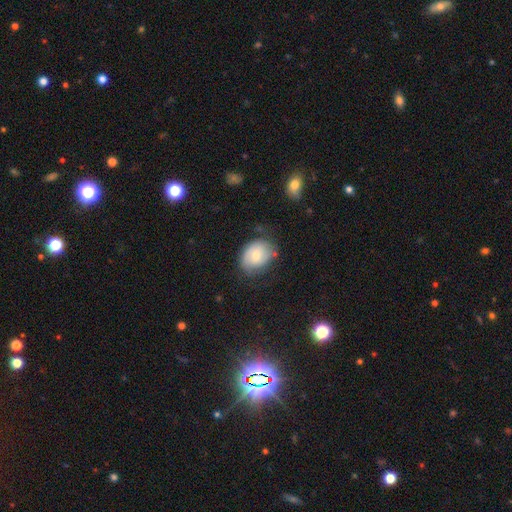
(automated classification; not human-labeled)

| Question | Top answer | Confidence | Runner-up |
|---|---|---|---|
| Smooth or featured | smooth | 60% | featured or disk (33%) |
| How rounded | in between | 60% | round (40%) |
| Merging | none | 63% | minor disturbance (26%) |